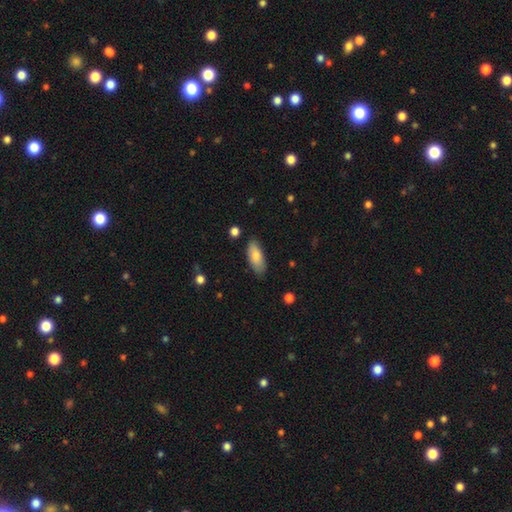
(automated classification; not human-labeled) Smooth or featured?
  - smooth: 80% *
  - featured or disk: 14%
  - star or artifact: 6%
How rounded?
  - in between: 81% *
  - cigar-shaped: 17%
  - round: 2%
Merging?
  - none: 82% *
  - minor disturbance: 14%
  - major disturbance: 2%
  - merger: 2%